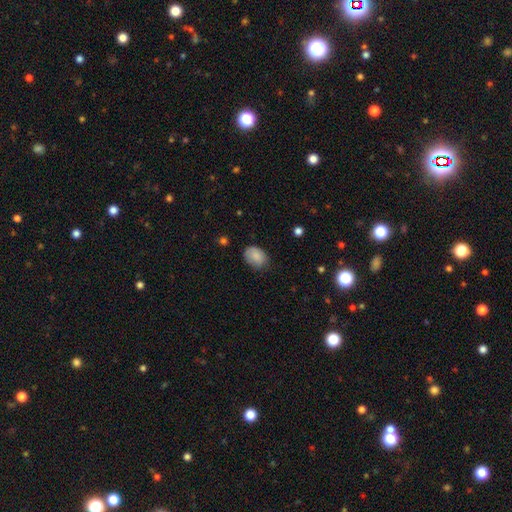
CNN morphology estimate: Overall: smooth (85%). How rounded: in between (76%). Merging: none (65%; minor disturbance 28%).